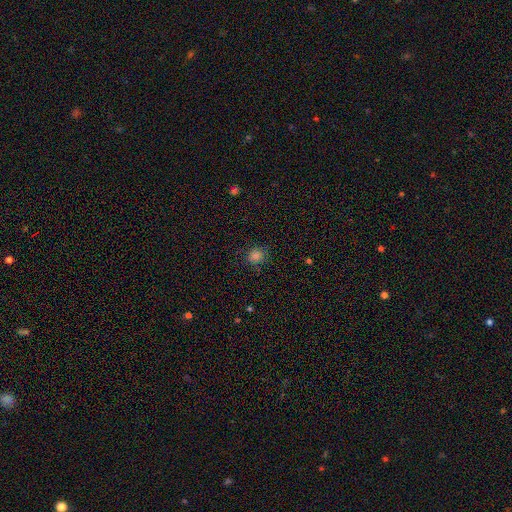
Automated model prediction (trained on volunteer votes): The model was most divided on "smooth or featured": smooth: 78%, star or artifact: 17%, featured or disk: 5%. More confident: how rounded — round (84%); merging — none (83%).